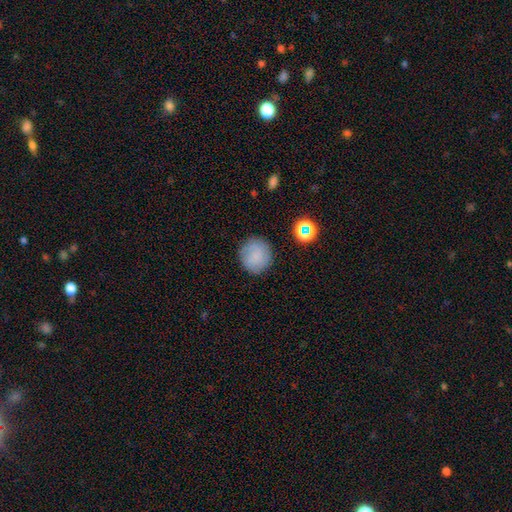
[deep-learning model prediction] A smooth galaxy with no disk features (80%) that is round (93%).

Vote fractions:
- Smooth or featured? smooth: 80% / star or artifact: 10% / featured or disk: 10%
- How rounded? round: 93% / in between: 7% / cigar-shaped: 1%
- Merging? none: 86% / minor disturbance: 9% / major disturbance: 3% / merger: 2%